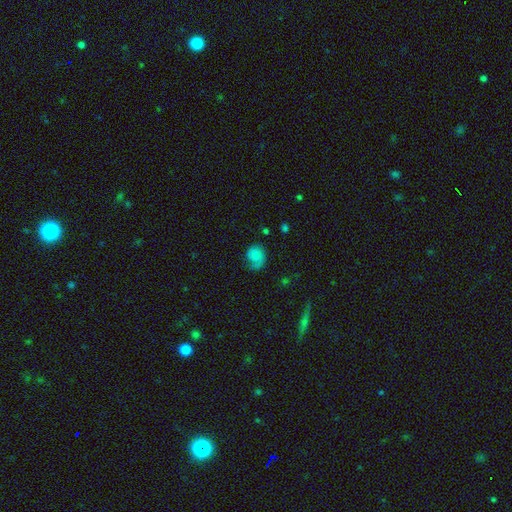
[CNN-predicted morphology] Q: Smooth or featured?
A: smooth (63%); runner-up: featured or disk (27%)
Q: How rounded?
A: round (60%); runner-up: in between (39%)
Q: Merging?
A: none (42%); runner-up: minor disturbance (29%)